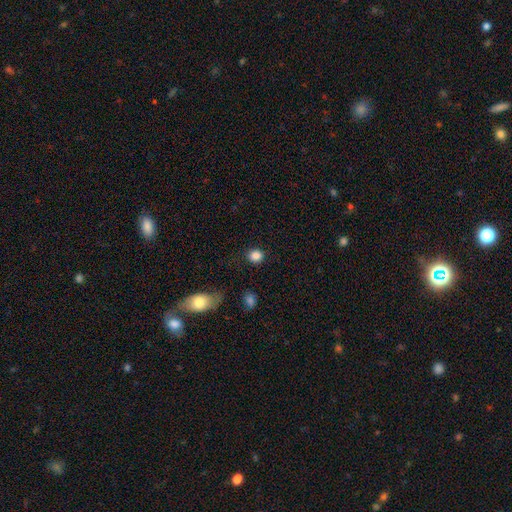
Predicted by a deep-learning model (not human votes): smooth 86%, star or artifact 10%, featured or disk 4%. Down the decision tree: how rounded — round (81%); merging — none (88%).